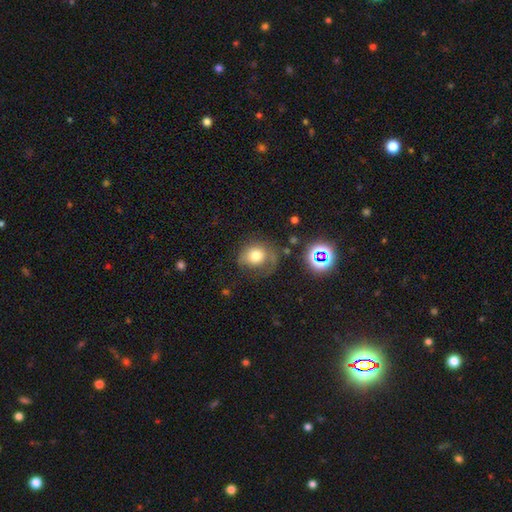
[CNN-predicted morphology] This is likely a smooth galaxy (66%). How rounded: likely round (71%). Merging: possibly none (46%).